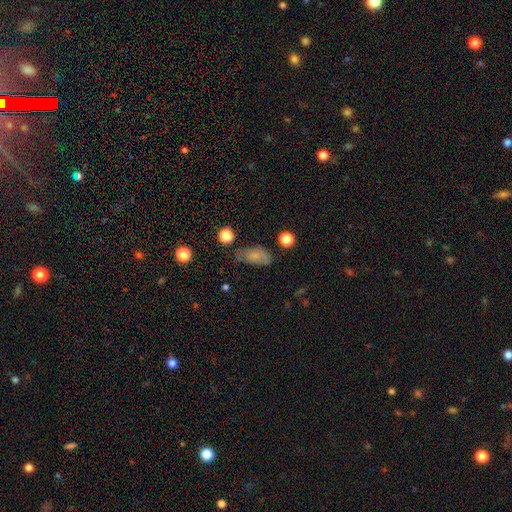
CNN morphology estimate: type=smooth (74%); roundness=in between (88%); merging=none (57%).